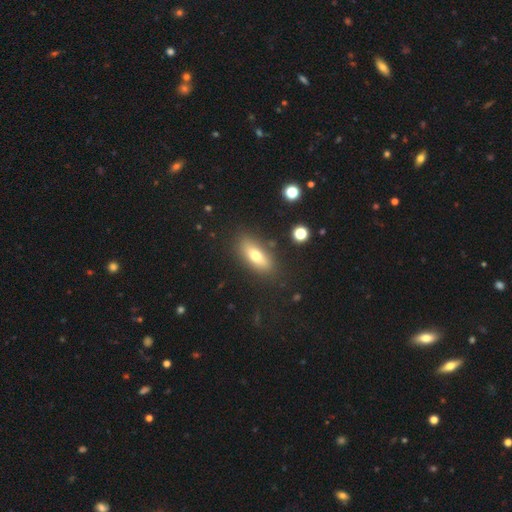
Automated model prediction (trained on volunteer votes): Smooth or featured: smooth — 69% (featured or disk — 23%)
How rounded: in between — 73% (cigar-shaped — 23%)
Merging: none — 82% (minor disturbance — 11%)